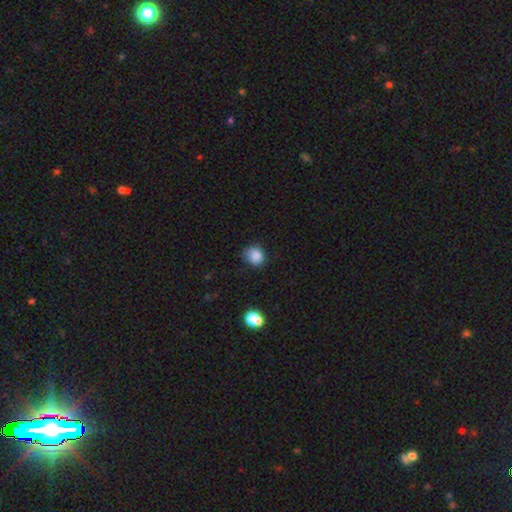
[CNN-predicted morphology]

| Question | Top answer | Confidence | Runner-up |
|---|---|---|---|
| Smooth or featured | smooth | 85% | star or artifact (10%) |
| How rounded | round | 66% | in between (34%) |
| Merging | none | 67% | minor disturbance (26%) |